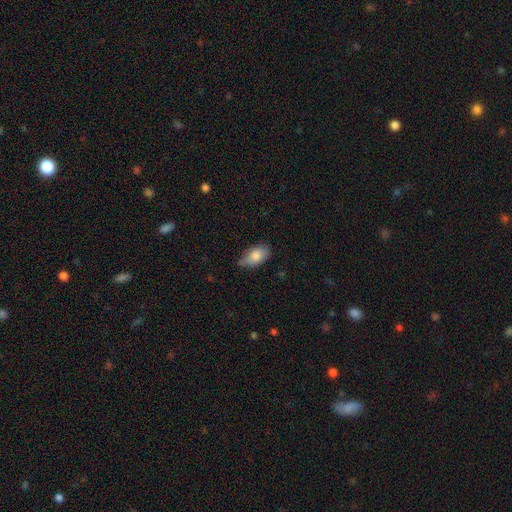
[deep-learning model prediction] smooth-or-featured: smooth: 81% | featured or disk: 13% | star or artifact: 7%
  how-rounded: in between: 92% | round: 5% | cigar-shaped: 2%
  merging: none: 61% | minor disturbance: 32% | major disturbance: 5% | merger: 2%